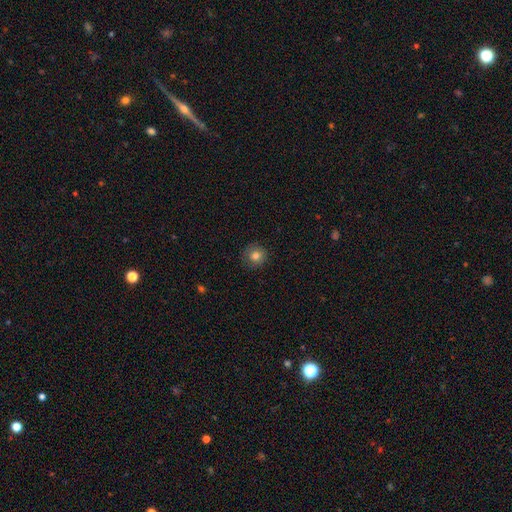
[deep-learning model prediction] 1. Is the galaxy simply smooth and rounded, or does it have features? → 79% smooth, 12% star or artifact, 10% featured or disk.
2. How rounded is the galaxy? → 93% round, 6% in between, 1% cigar-shaped.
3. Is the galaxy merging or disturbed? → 88% none, 9% minor disturbance, 2% major disturbance, 1% merger.